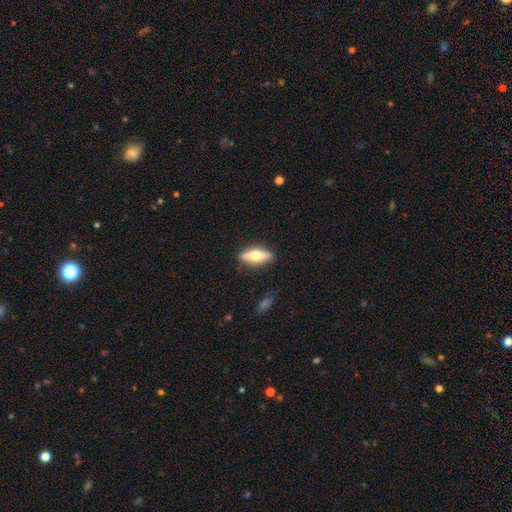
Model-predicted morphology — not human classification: Smooth or featured?
  - smooth: 49% *
  - featured or disk: 45%
  - star or artifact: 6%
Merging?
  - none: 86% *
  - minor disturbance: 10%
  - major disturbance: 2%
  - merger: 1%